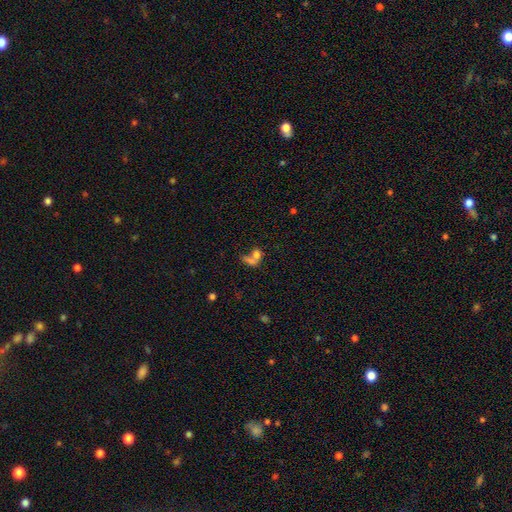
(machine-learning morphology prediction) Smooth or featured? Predicted: smooth (p=0.67). How rounded? Predicted: in between (p=0.57). Merging? Predicted: merger (p=0.58).